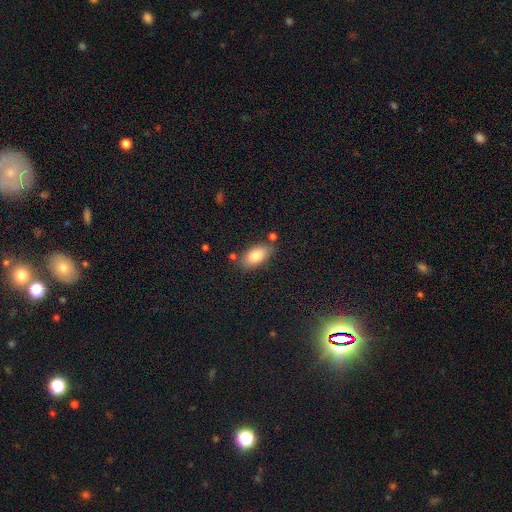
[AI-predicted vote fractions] Smooth or featured? smooth (82%)
How rounded? in between (91%)
Merging? none (75%)